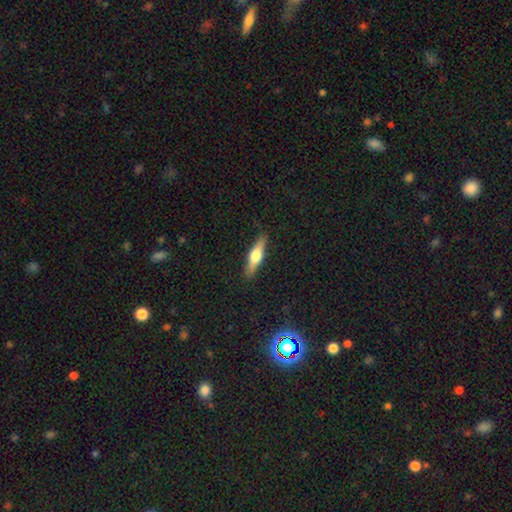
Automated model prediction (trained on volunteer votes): A featured or disk galaxy (49%). Merging: none (89%).